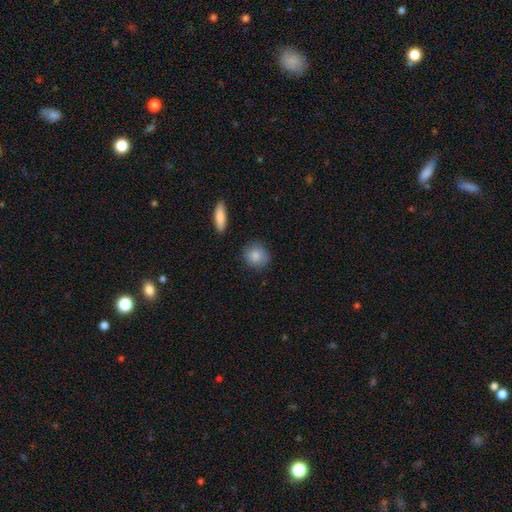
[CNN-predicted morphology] smooth_or_featured: smooth (p=0.86) [alt: featured or disk p=0.07]
how_rounded: round (p=0.82) [alt: in between p=0.16]
merging: none (p=0.83) [alt: minor disturbance p=0.12]